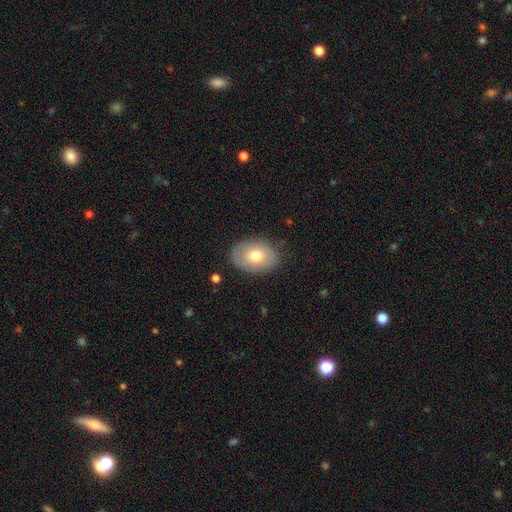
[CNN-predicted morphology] This appears to be a smooth galaxy with no disk features (69%) that is in between round and cigar-shaped (77%). Merging: none (81%).